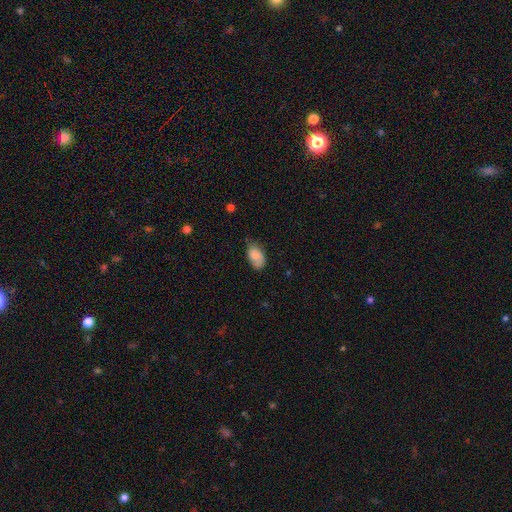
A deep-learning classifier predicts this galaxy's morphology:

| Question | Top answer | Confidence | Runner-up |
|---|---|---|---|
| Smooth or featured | smooth | 80% | featured or disk (13%) |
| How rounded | in between | 92% | round (6%) |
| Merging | none | 58% | minor disturbance (33%) |